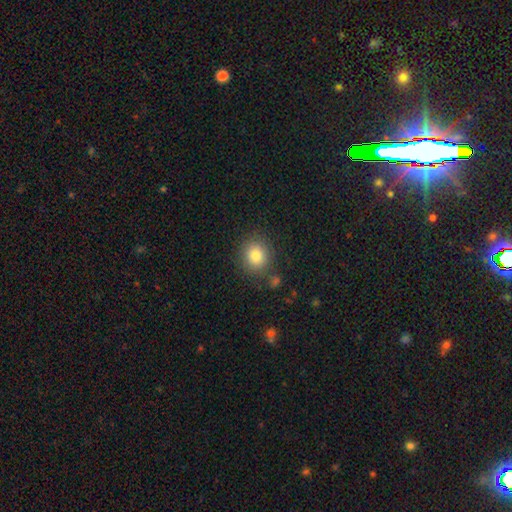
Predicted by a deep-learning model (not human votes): Q: Smooth or featured?
A: smooth (82%); runner-up: star or artifact (10%)
Q: How rounded?
A: round (84%); runner-up: in between (16%)
Q: Merging?
A: none (82%); runner-up: minor disturbance (10%)